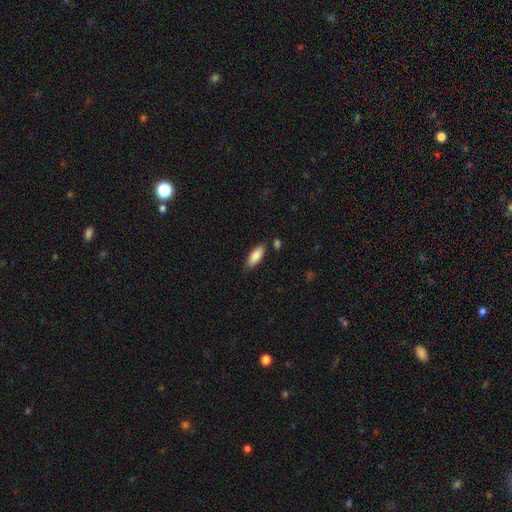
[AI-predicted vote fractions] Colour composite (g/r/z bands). It shows a smooth galaxy with no disk features (85%) that is in between round and cigar-shaped (71%). Merging: none (79%).